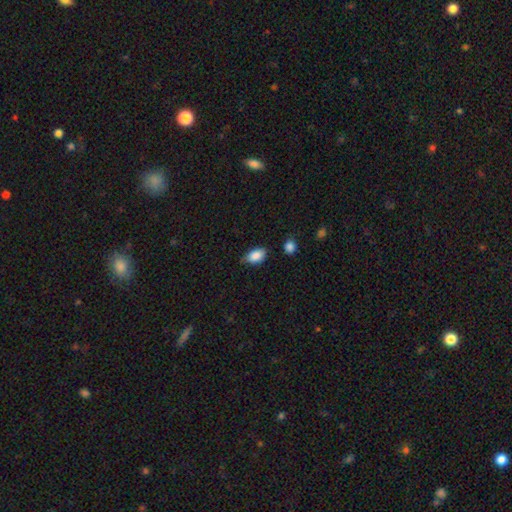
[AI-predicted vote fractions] smooth-or-featured: smooth: 87% | star or artifact: 7% | featured or disk: 5%
  how-rounded: in between: 90% | round: 8% | cigar-shaped: 2%
  merging: none: 69% | minor disturbance: 25% | major disturbance: 4% | merger: 3%